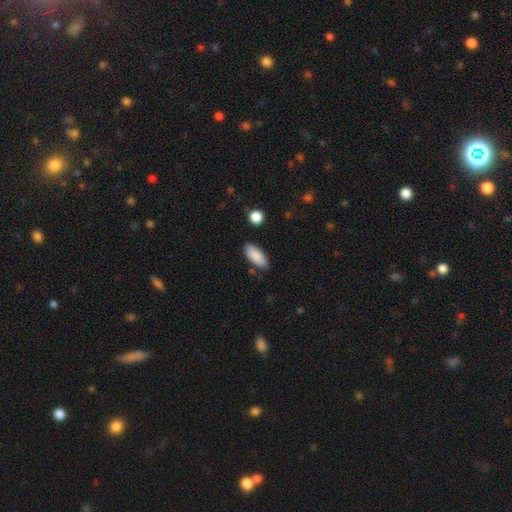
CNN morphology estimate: The model was most divided on "how rounded": in between: 84%, cigar-shaped: 14%, round: 2%. More confident: smooth or featured — smooth (89%); merging — none (83%).